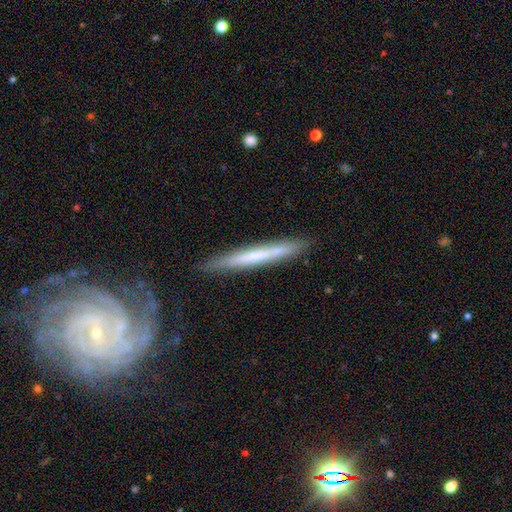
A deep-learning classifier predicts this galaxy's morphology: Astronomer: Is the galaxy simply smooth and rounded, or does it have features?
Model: featured or disk — 60%.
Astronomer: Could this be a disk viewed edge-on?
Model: yes — 77%.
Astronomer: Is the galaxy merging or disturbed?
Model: none — 81%.